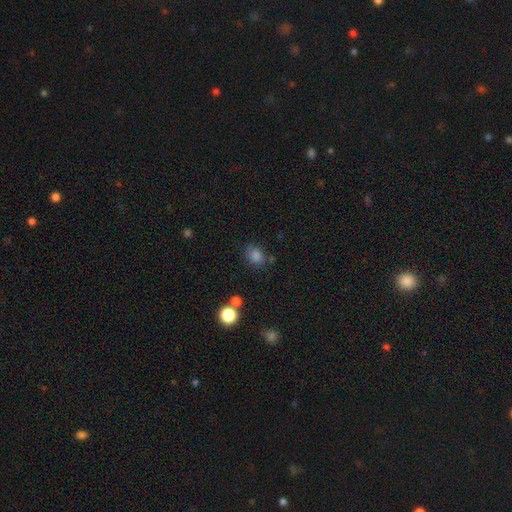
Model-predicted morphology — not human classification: Smooth or featured? smooth (81%)
How rounded? in between (56%)
Merging? none (71%)